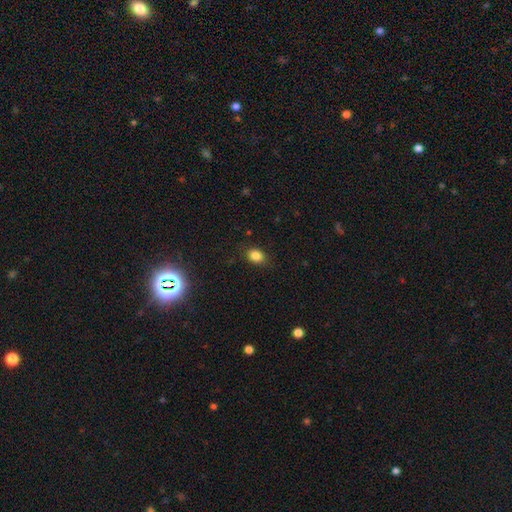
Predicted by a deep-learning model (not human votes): Smooth or featured: smooth — 84% (star or artifact — 11%)
How rounded: in between — 65% (round — 33%)
Merging: none — 84% (minor disturbance — 12%)